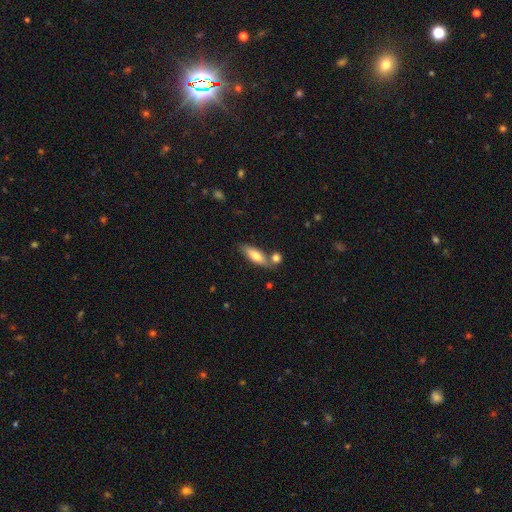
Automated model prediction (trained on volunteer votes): Q: Smooth or featured?
A: smooth (72%); runner-up: featured or disk (21%)
Q: How rounded?
A: in between (57%); runner-up: cigar-shaped (40%)
Q: Merging?
A: none (65%); runner-up: merger (18%)